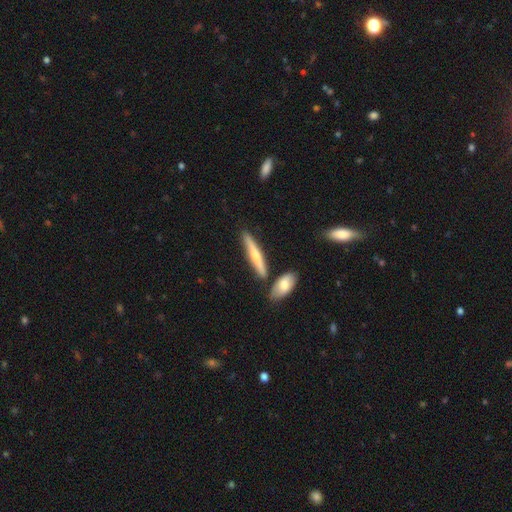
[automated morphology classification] A smooth galaxy with no disk features (48%). Merging: none (78%).